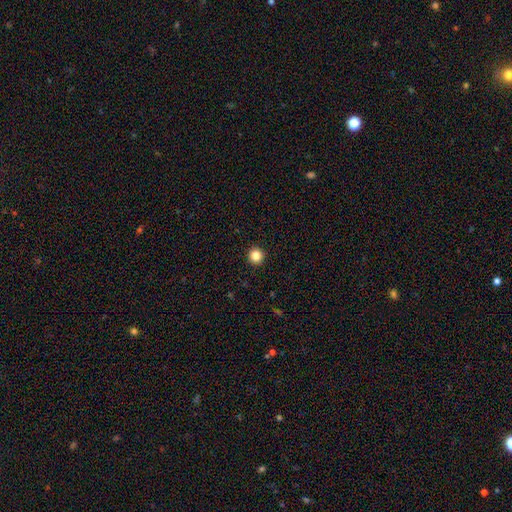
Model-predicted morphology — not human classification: smooth_or_featured: smooth (p=0.84) [alt: star or artifact p=0.12]
how_rounded: round (p=0.95) [alt: in between p=0.04]
merging: none (p=0.94) [alt: minor disturbance p=0.04]